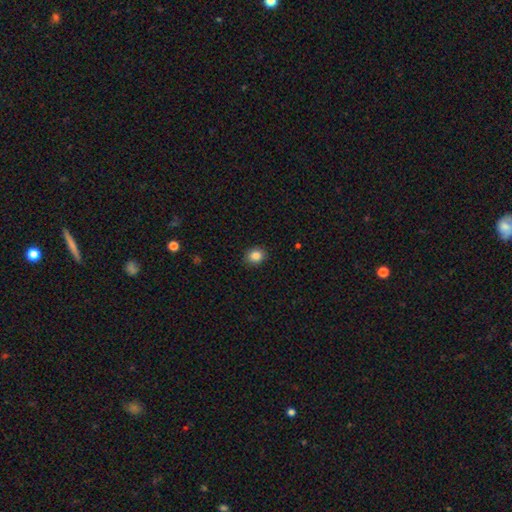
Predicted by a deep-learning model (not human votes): A smooth galaxy with no disk features (86%) that is round (69%). Merging: none (89%).